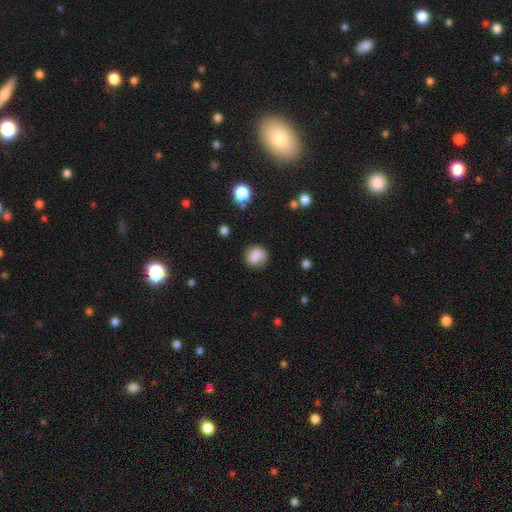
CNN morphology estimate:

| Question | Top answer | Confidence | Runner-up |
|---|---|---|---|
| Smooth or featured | smooth | 78% | featured or disk (12%) |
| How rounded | round | 85% | in between (14%) |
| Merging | none | 76% | minor disturbance (17%) |